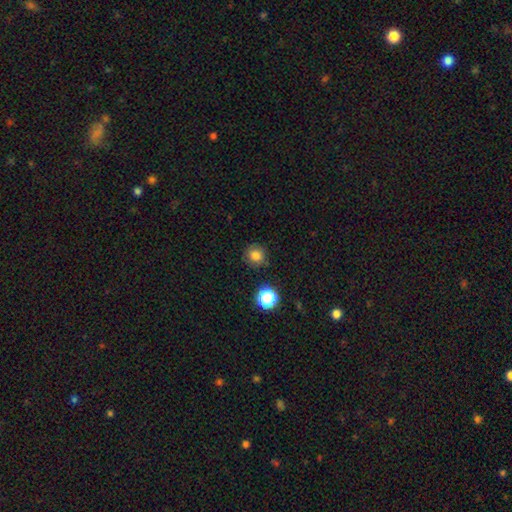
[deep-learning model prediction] Overall: smooth (78%). How rounded: round (91%). Merging: none (85%).